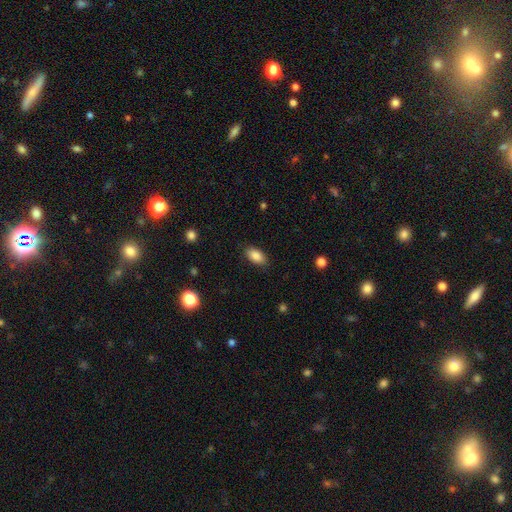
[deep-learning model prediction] smooth-or-featured: smooth: 86% | star or artifact: 8% | featured or disk: 6%
  how-rounded: in between: 93% | round: 4% | cigar-shaped: 3%
  merging: none: 87% | minor disturbance: 10% | major disturbance: 2% | merger: 1%